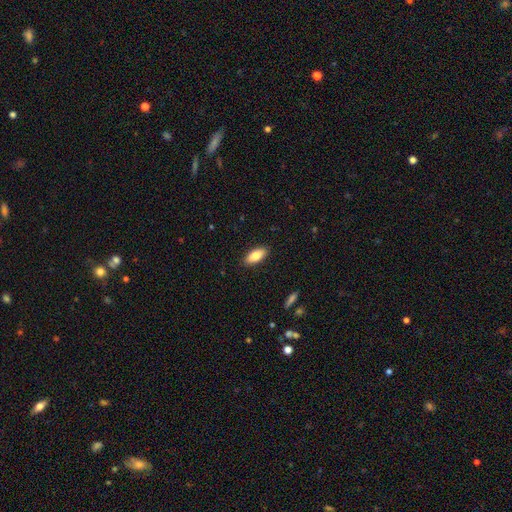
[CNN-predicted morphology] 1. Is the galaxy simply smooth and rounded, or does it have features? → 82% smooth, 11% featured or disk, 6% star or artifact.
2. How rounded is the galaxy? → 85% in between, 13% cigar-shaped, 2% round.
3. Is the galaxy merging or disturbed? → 89% none, 8% minor disturbance, 2% major disturbance, 1% merger.